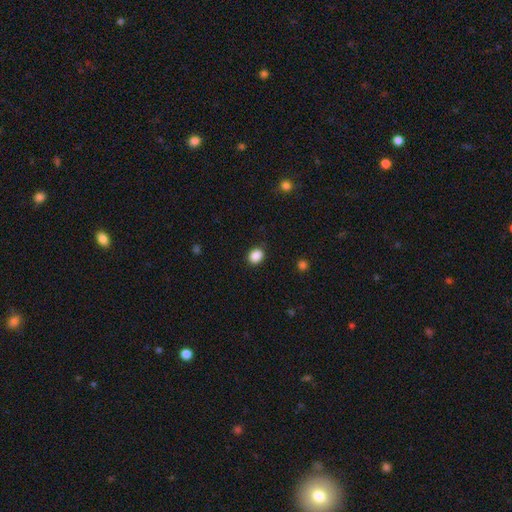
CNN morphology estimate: smooth-or-featured: smooth: 88% | star or artifact: 9% | featured or disk: 3%
  how-rounded: round: 52% | in between: 47% | cigar-shaped: 1%
  merging: none: 87% | minor disturbance: 9% | major disturbance: 2% | merger: 1%